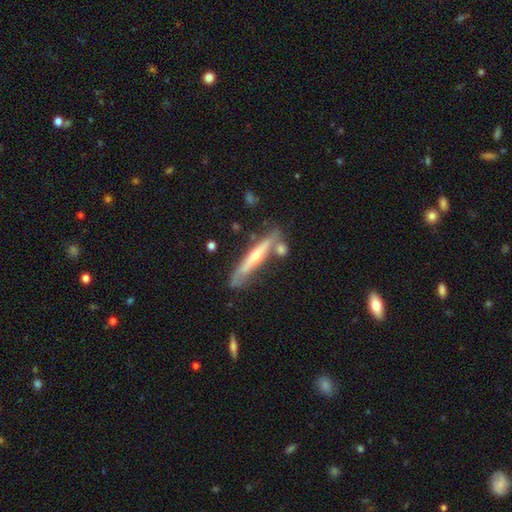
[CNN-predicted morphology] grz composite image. It shows a featured or disk galaxy (64%) viewed edge-on (88%) with a rounded central bulge (77%). Merging: none (66%).